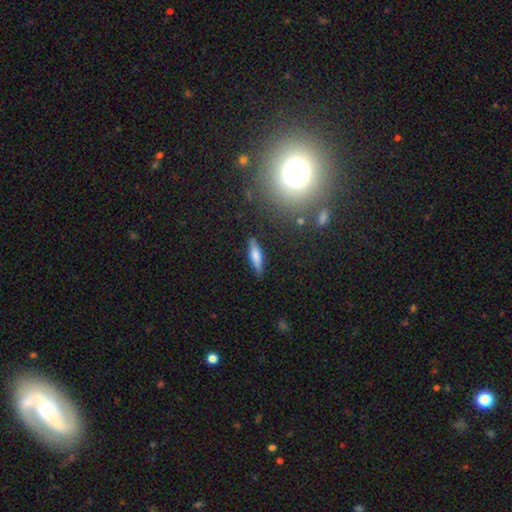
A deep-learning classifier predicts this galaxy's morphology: type=smooth (62%); roundness=cigar-shaped (69%); merging=none (85%).